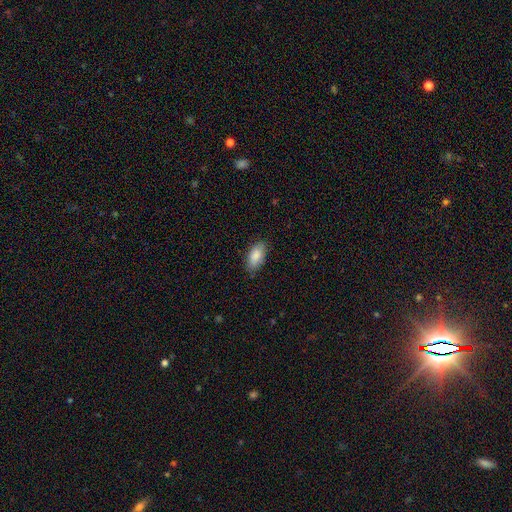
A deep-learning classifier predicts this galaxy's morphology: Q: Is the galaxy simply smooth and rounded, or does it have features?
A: smooth — 87%.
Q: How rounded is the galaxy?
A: in between — 92%.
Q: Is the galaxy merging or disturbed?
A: none — 83%.